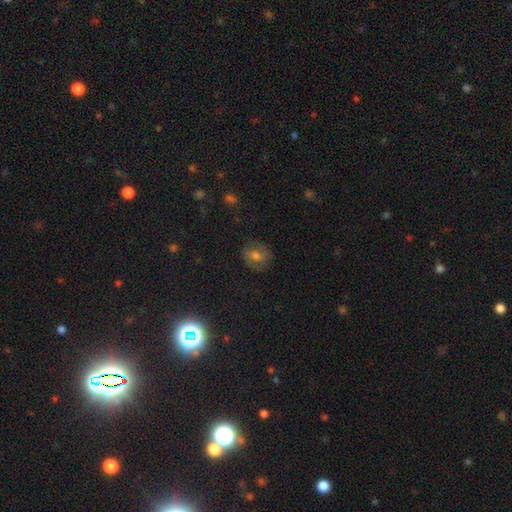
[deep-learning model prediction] Q: Smooth or featured?
A: smooth (56%); runner-up: featured or disk (28%)
Q: How rounded?
A: round (70%); runner-up: in between (28%)
Q: Merging?
A: none (82%); runner-up: minor disturbance (13%)